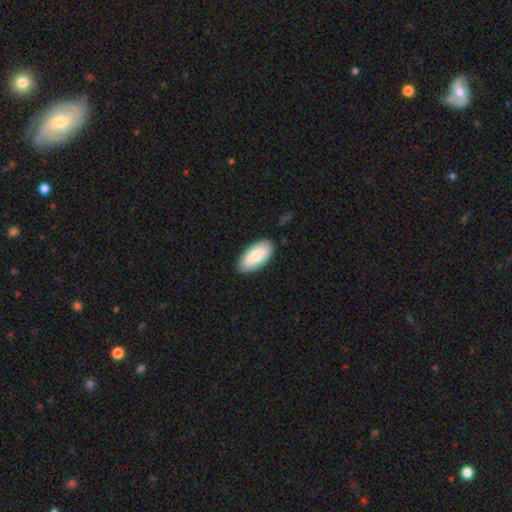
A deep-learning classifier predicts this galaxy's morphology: A smooth galaxy with no disk features (81%) that is in between round and cigar-shaped (94%). Merging: none (88%).